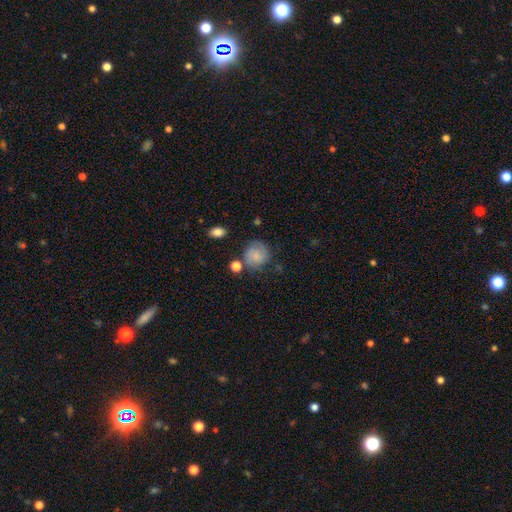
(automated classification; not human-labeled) smooth 70%, featured or disk 21%, star or artifact 10%. Down the decision tree: how rounded — round (82%); merging — none (63%).